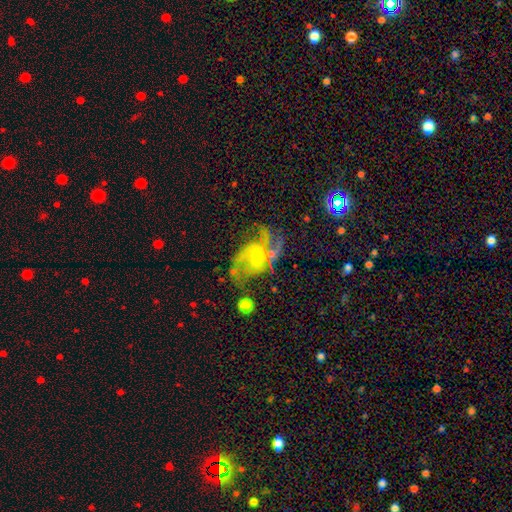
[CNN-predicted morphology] featured or disk 81%, smooth 11%, star or artifact 8%. Down the decision tree: edge-on disk — no (97%); bar — no (53%); spiral arms — yes (91%); spiral arm count — 2 (51%); spiral winding — medium (48%); bulge size — small (64%); merging — none (47%).